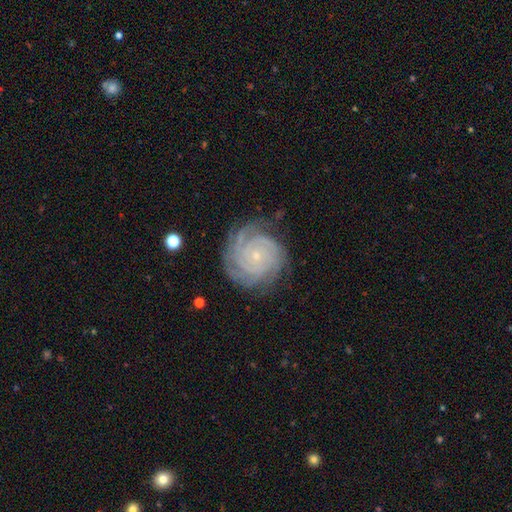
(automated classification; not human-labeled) This appears to be a featured or disk galaxy (86%) with no bar (82%), 4 (31%) tight (85%) spiral arms (98%) and a small central bulge (85%). Merging: none (79%).